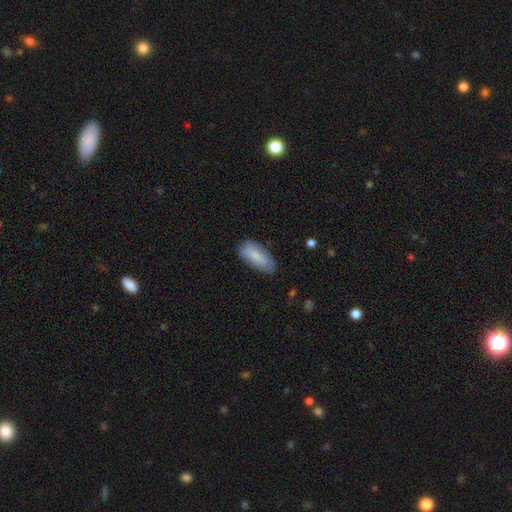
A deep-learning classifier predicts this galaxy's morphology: Overall: smooth (82%). How rounded: in between (83%). Merging: none (75%).